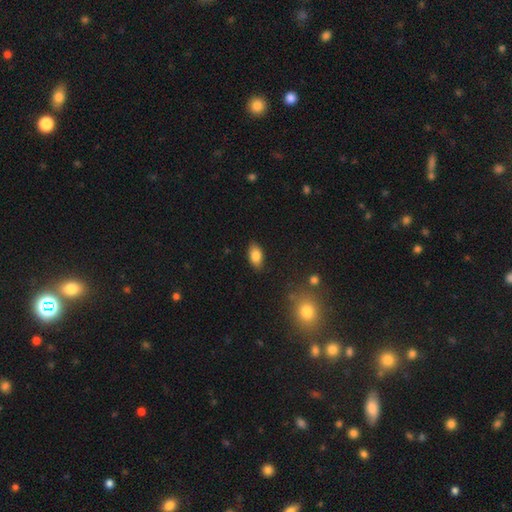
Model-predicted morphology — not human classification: smooth-or-featured: smooth: 83% | featured or disk: 9% | star or artifact: 8%
  how-rounded: in between: 91% | round: 5% | cigar-shaped: 4%
  merging: none: 86% | minor disturbance: 10% | major disturbance: 2% | merger: 1%